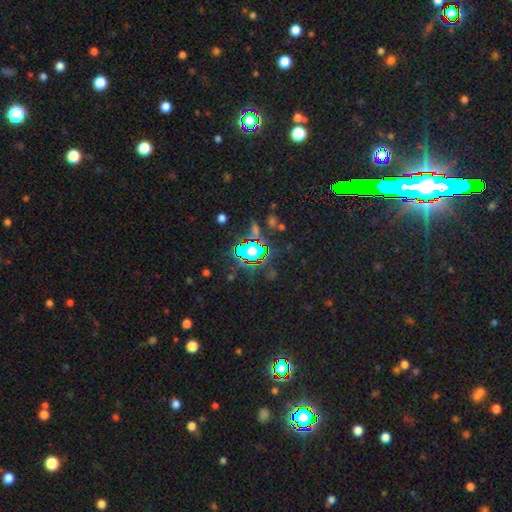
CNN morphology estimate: star or artifact 80%, smooth 12%, featured or disk 8%.